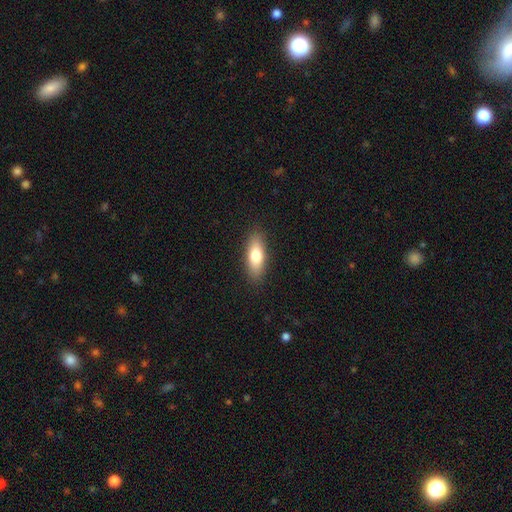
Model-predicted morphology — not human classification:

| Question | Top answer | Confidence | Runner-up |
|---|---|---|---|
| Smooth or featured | smooth | 75% | featured or disk (19%) |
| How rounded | in between | 68% | cigar-shaped (29%) |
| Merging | none | 88% | minor disturbance (9%) |